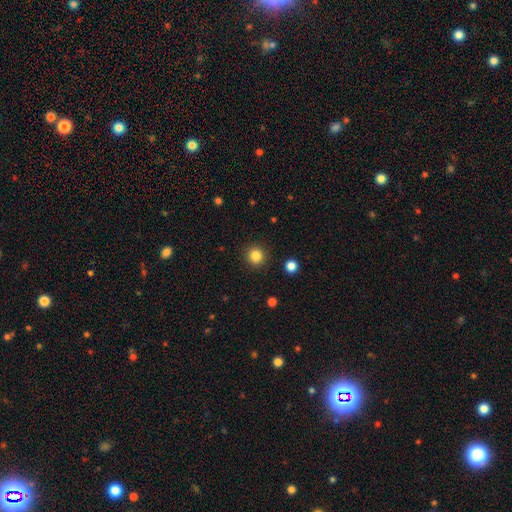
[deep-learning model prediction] Smooth or featured?
  - smooth: 84% *
  - star or artifact: 12%
  - featured or disk: 4%
How rounded?
  - round: 93% *
  - in between: 6%
  - cigar-shaped: 1%
Merging?
  - none: 91% *
  - minor disturbance: 5%
  - major disturbance: 2%
  - merger: 1%